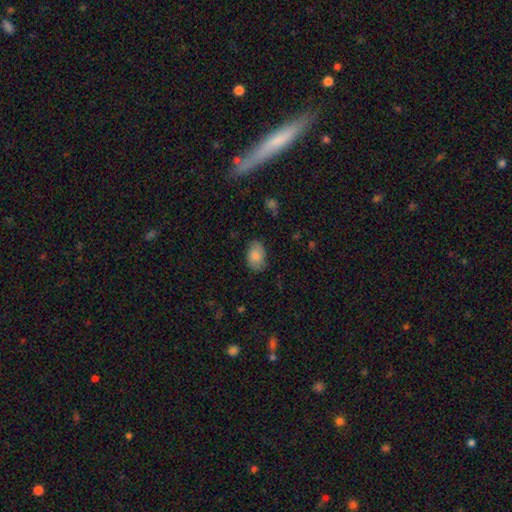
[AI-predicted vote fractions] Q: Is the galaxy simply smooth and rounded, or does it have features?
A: smooth — 83%.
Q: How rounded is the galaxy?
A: in between — 87%.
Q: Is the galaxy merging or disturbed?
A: none — 76%.